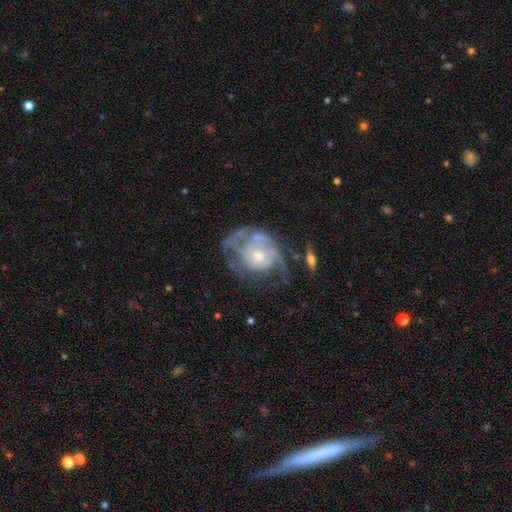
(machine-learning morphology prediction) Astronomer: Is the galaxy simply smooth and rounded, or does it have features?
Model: featured or disk — 76%.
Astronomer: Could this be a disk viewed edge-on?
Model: no — 97%.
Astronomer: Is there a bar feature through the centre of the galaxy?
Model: no — 80%.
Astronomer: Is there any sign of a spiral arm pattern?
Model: yes — 73%.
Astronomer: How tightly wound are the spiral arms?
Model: tight — 56%.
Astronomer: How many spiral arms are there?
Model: can't tell — 49%.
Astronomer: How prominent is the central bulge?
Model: small — 54% (runner-up: moderate, 40%).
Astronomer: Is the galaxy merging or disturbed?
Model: none — 47% (runner-up: major disturbance, 25%).